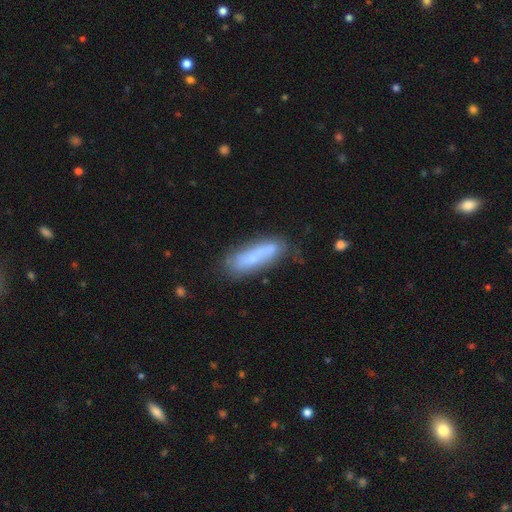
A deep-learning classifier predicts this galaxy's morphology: A smooth galaxy with no disk features (63%) that is cigar-shaped (54%). Merging: none (61%).